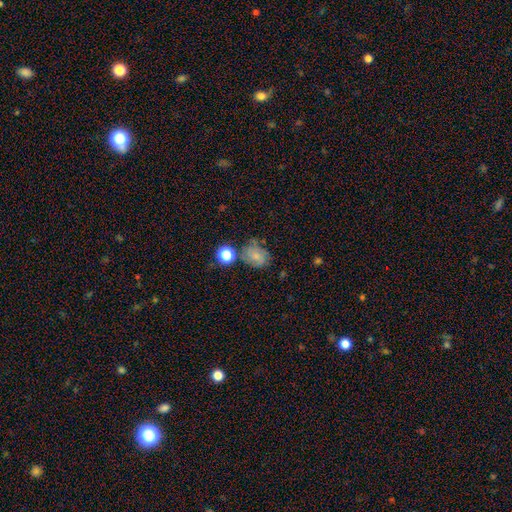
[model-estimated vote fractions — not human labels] Overall: smooth (63%; featured or disk 24%). How rounded: round (51%; in between 48%). Merging: none (54%; minor disturbance 24%).